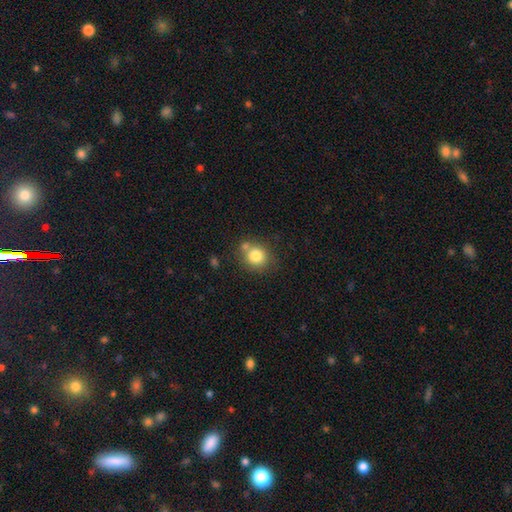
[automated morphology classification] smooth-or-featured: smooth: 80% | star or artifact: 10% | featured or disk: 9%
  how-rounded: round: 82% | in between: 17% | cigar-shaped: 1%
  merging: none: 64% | merger: 19% | minor disturbance: 13% | major disturbance: 4%